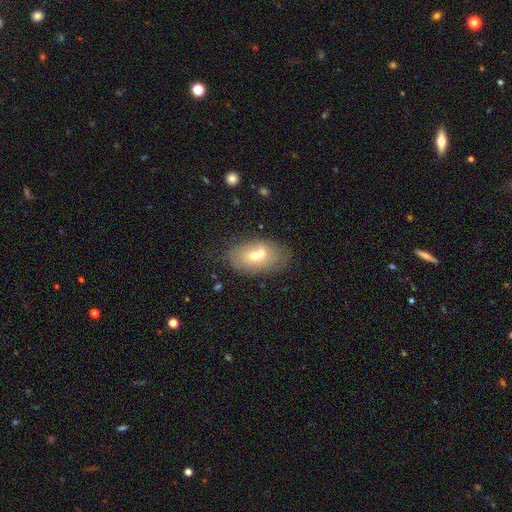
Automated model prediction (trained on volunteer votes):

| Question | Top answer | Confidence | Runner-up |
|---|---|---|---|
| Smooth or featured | smooth | 60% | featured or disk (30%) |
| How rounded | in between | 87% | round (12%) |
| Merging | none | 57% | merger (19%) |